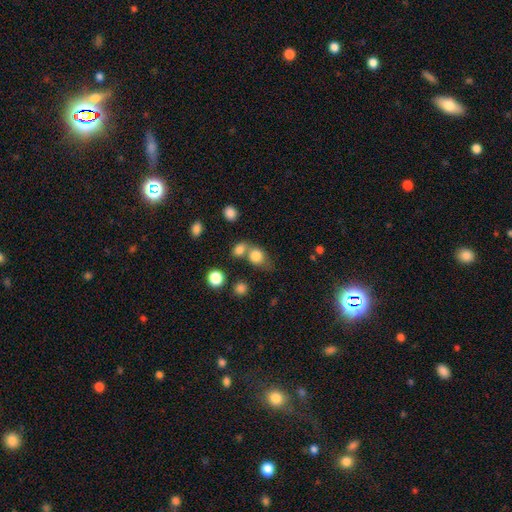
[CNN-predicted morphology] Smooth or featured? smooth (81%)
How rounded? round (59%)
Merging? none (43%)